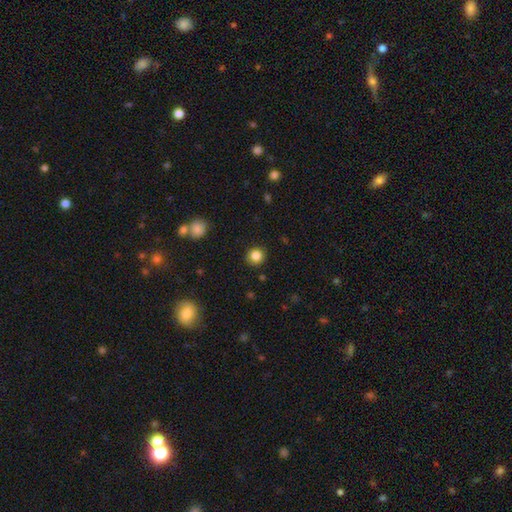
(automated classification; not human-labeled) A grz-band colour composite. It shows a smooth galaxy with no disk features (85%) that is round (89%). Merging: none (89%).